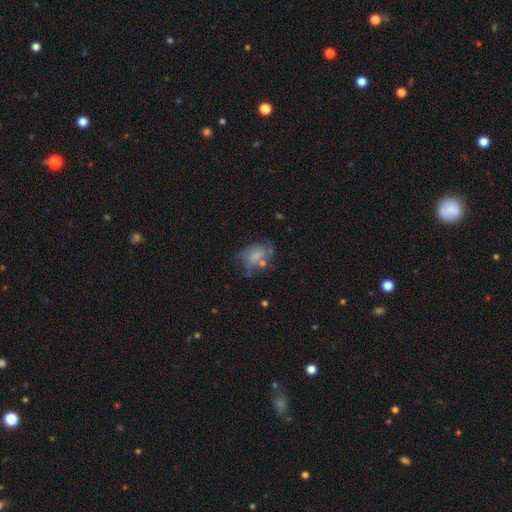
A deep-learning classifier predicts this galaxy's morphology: The model was most divided on "smooth or featured": smooth: 46%, featured or disk: 43%, star or artifact: 10%. Remaining: merging — none (43%).